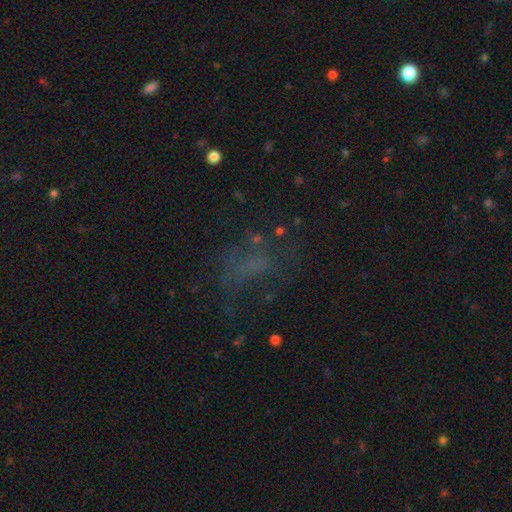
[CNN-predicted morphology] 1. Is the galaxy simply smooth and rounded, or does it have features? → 39% star or artifact, 31% smooth, 29% featured or disk.